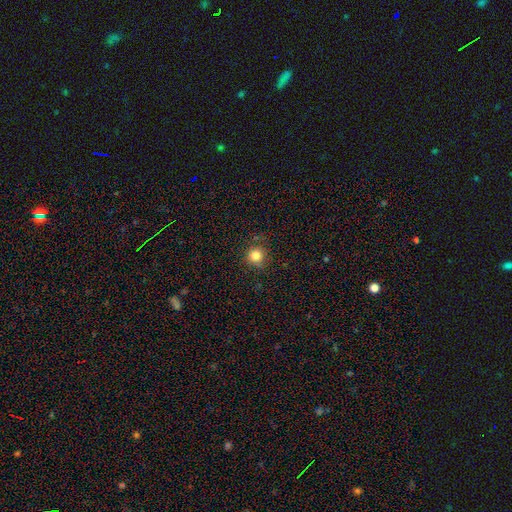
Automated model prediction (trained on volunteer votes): Smooth or featured? smooth (83%)
How rounded? round (93%)
Merging? none (84%)